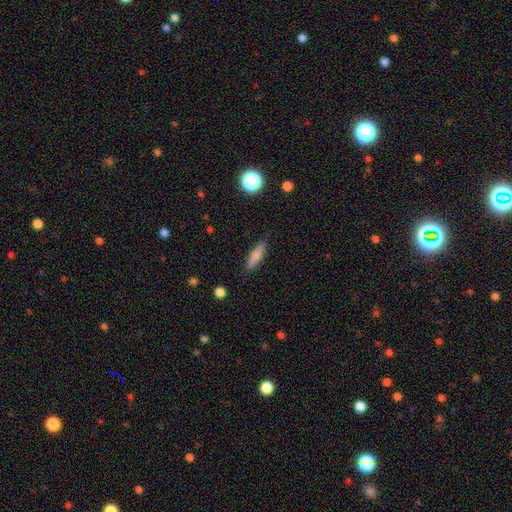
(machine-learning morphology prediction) This appears to be a smooth galaxy with no disk features (74%) that is cigar-shaped (73%). Merging: none (84%).